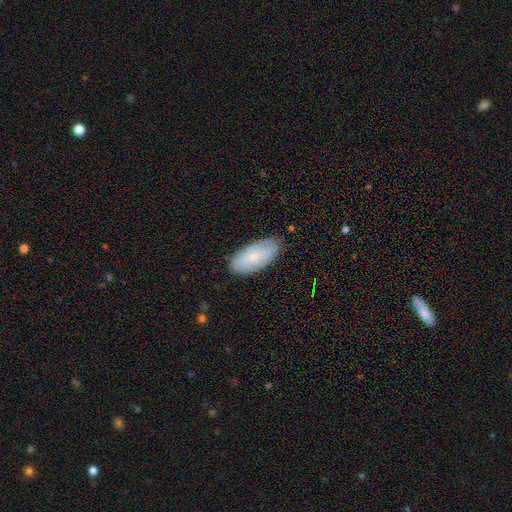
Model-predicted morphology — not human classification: smooth-or-featured: smooth: 60% | featured or disk: 33% | star or artifact: 7%
  how-rounded: in between: 92% | cigar-shaped: 6% | round: 3%
  merging: none: 79% | minor disturbance: 16% | major disturbance: 3% | merger: 1%